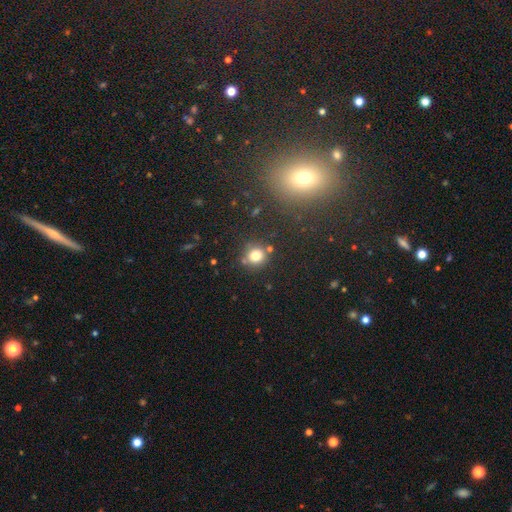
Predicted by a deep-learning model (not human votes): This appears to be a smooth galaxy with no disk features (78%) that is round (89%). Merging: none (76%).